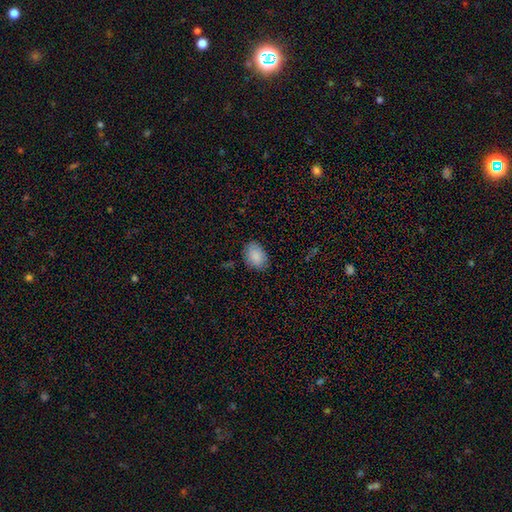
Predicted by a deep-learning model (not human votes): This appears to be a smooth galaxy with no disk features (87%) that is in between round and cigar-shaped (78%). Merging: none (81%).